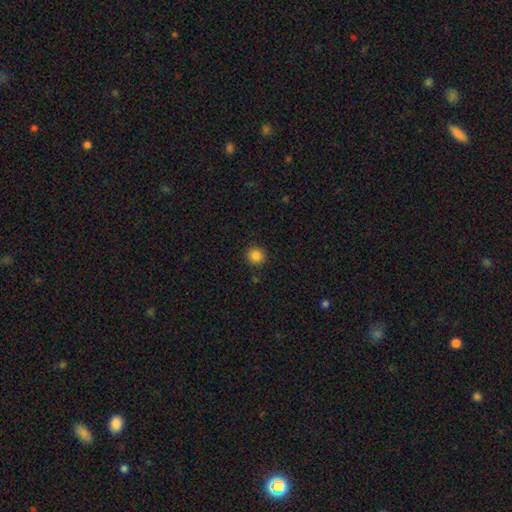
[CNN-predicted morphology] Q: Smooth or featured?
A: smooth (84%); runner-up: star or artifact (11%)
Q: How rounded?
A: round (94%); runner-up: in between (5%)
Q: Merging?
A: none (91%); runner-up: minor disturbance (6%)